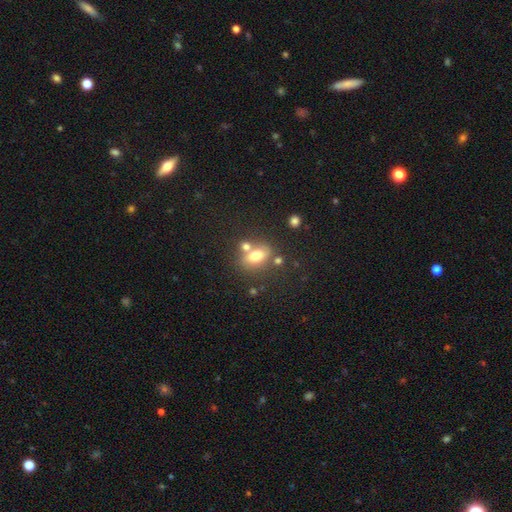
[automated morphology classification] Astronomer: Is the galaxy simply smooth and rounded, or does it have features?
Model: smooth — 68%.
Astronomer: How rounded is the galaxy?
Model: in between — 73%.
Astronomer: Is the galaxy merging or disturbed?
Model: none — 56%.